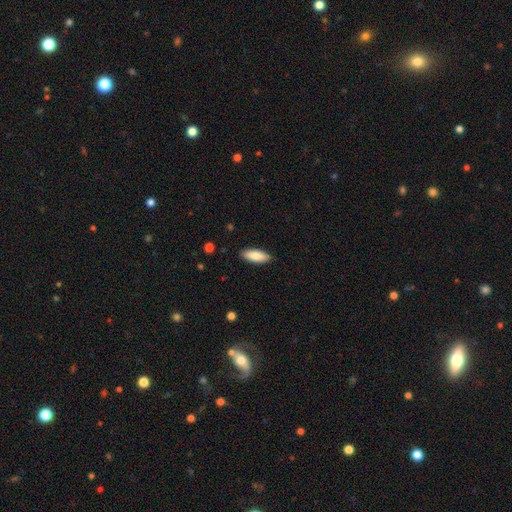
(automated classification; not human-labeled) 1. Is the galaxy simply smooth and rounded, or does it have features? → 86% smooth, 8% featured or disk, 6% star or artifact.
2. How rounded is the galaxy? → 73% in between, 26% cigar-shaped, 2% round.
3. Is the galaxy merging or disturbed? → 88% none, 9% minor disturbance, 2% major disturbance, 1% merger.